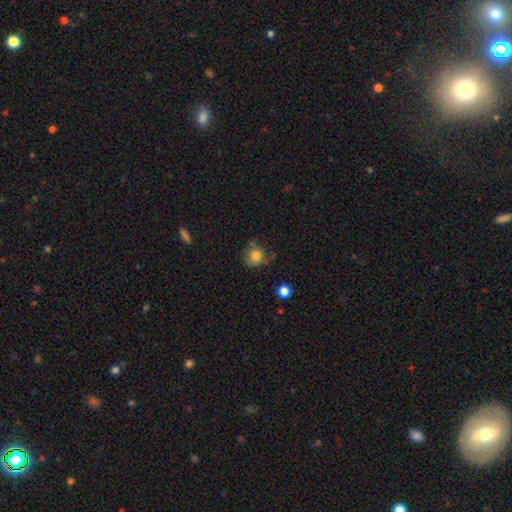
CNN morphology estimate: Smooth or featured?
  - smooth: 77% *
  - featured or disk: 12%
  - star or artifact: 11%
How rounded?
  - round: 78% *
  - in between: 21%
  - cigar-shaped: 1%
Merging?
  - none: 57% *
  - minor disturbance: 27%
  - major disturbance: 10%
  - merger: 5%